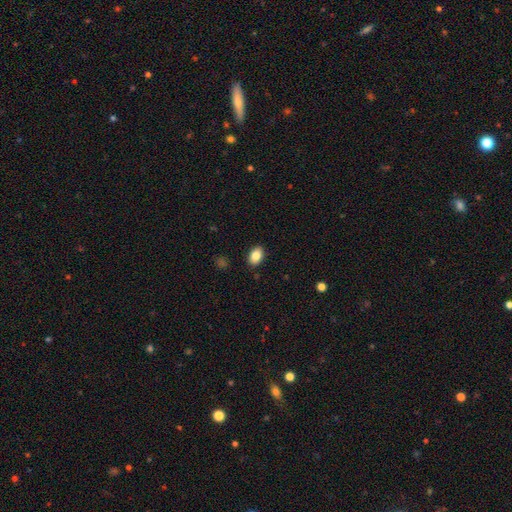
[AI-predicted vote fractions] Morphology: type=smooth (85%); roundness=in between (85%); merging=none (89%).